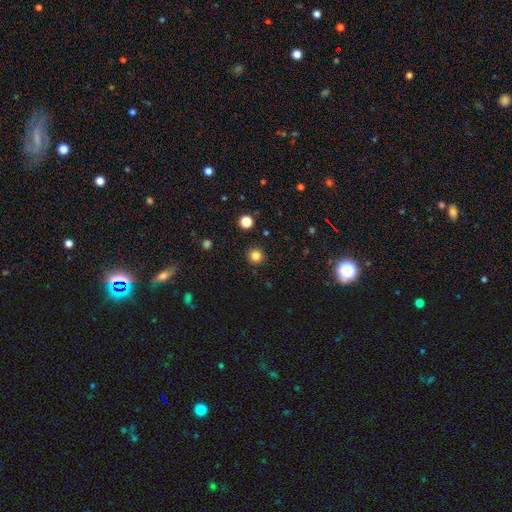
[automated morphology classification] Smooth or featured? smooth (83%)
How rounded? round (95%)
Merging? none (93%)